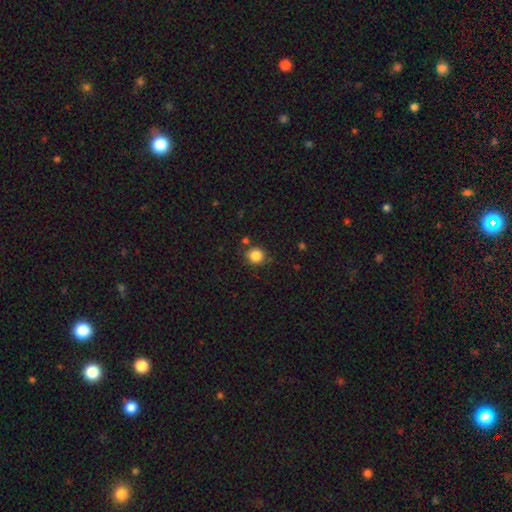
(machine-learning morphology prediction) smooth 84%, star or artifact 11%, featured or disk 5%. Down the decision tree: how rounded — round (89%); merging — none (80%).